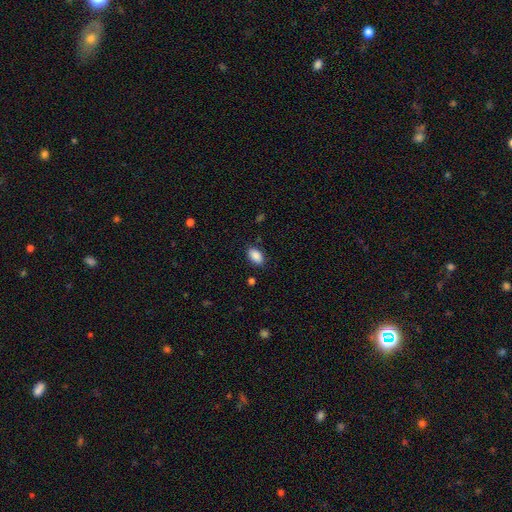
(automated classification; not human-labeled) This is clearly a smooth galaxy (89%). How rounded: clearly in between (91%). Merging: clearly none (85%).